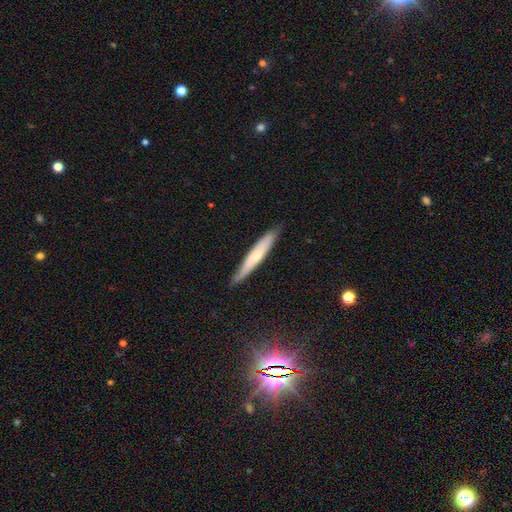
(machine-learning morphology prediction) This appears to be a smooth galaxy with no disk features (56%) that is cigar-shaped (93%). Merging: none (85%).